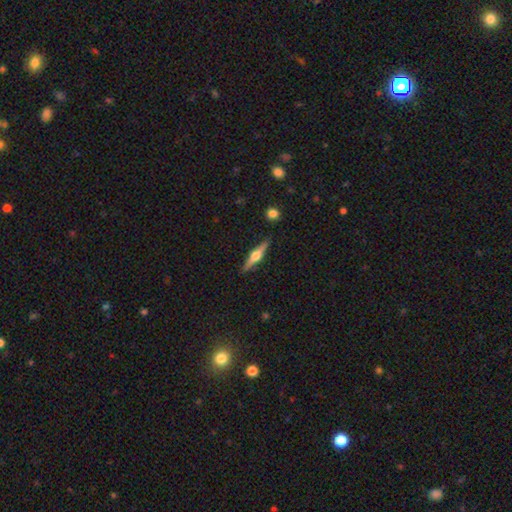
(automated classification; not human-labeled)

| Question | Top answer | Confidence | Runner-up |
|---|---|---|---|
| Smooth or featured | featured or disk | 70% | smooth (24%) |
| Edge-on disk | yes | 97% | no (3%) |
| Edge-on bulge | rounded | 94% | boxy (4%) |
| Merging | none | 89% | minor disturbance (8%) |